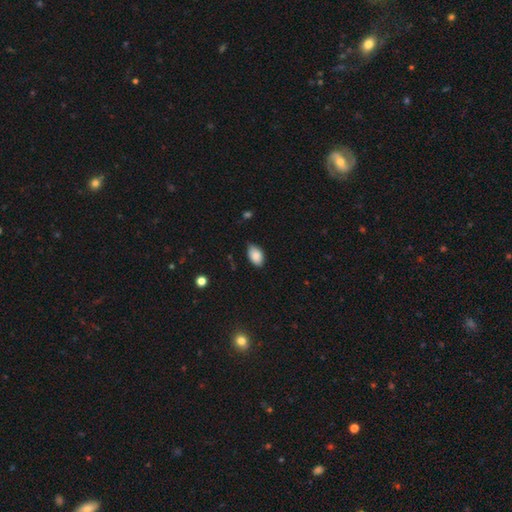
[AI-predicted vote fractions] smooth-or-featured: smooth: 86% | star or artifact: 7% | featured or disk: 7%
  how-rounded: in between: 93% | round: 6% | cigar-shaped: 1%
  merging: none: 75% | minor disturbance: 21% | major disturbance: 3% | merger: 1%